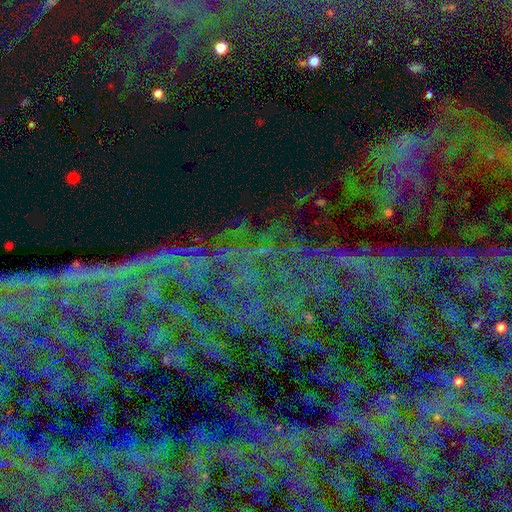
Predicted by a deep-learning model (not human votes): This is clearly a star or artifact rather than a galaxy (85%).